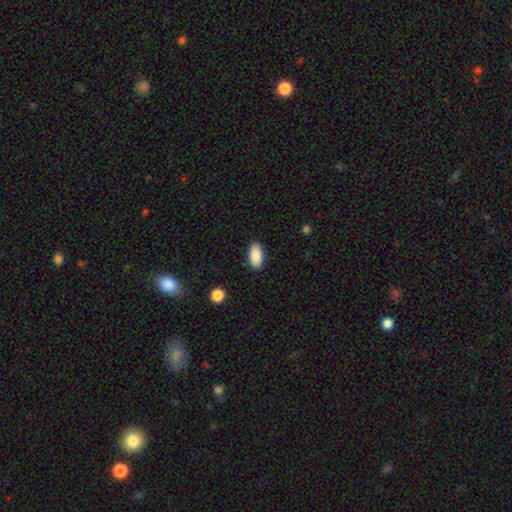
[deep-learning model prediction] Morphology: type=smooth (90%); roundness=in between (93%); merging=none (89%).